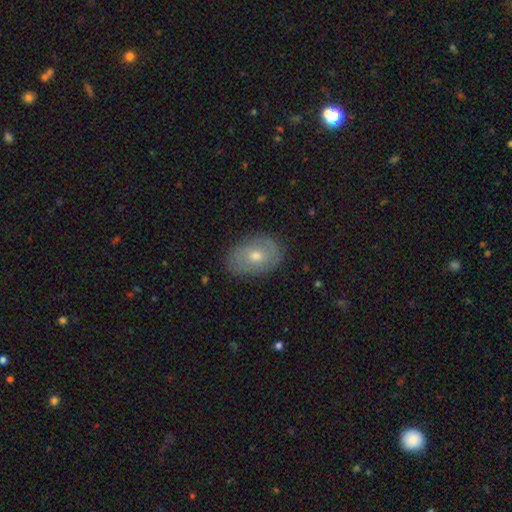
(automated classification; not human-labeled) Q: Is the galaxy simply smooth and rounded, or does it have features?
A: smooth — 56%.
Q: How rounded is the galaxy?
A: in between — 81%.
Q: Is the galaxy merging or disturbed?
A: none — 82%.